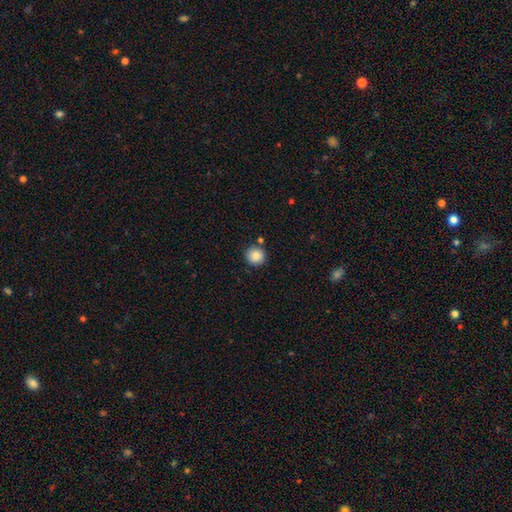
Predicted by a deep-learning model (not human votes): smooth-or-featured: smooth: 87% | star or artifact: 9% | featured or disk: 4%
  how-rounded: round: 92% | in between: 7% | cigar-shaped: 1%
  merging: none: 83% | minor disturbance: 10% | merger: 5% | major disturbance: 2%